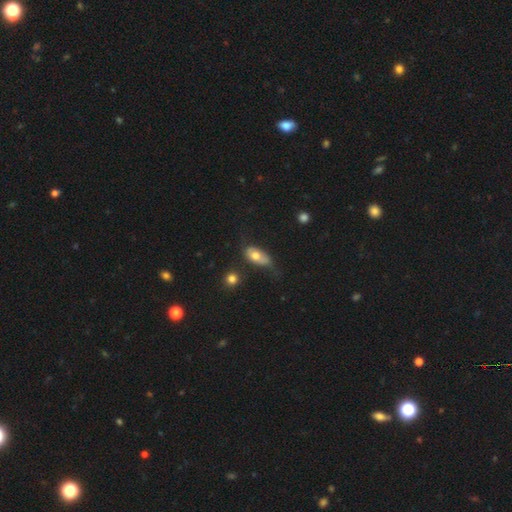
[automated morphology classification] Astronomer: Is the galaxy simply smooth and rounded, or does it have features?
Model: smooth — 68%.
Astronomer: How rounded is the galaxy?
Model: in between — 85%.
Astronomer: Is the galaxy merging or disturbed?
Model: none — 40% (runner-up: minor disturbance, 35%).